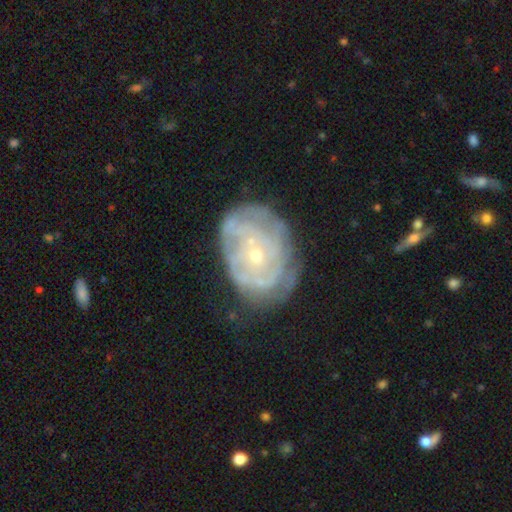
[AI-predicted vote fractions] Smooth or featured? featured or disk (75%)
Edge-on disk? no (97%)
Bar? no (82%)
Spiral arms? yes (65%)
Bulge size? small (72%)
Merging? none (52%)